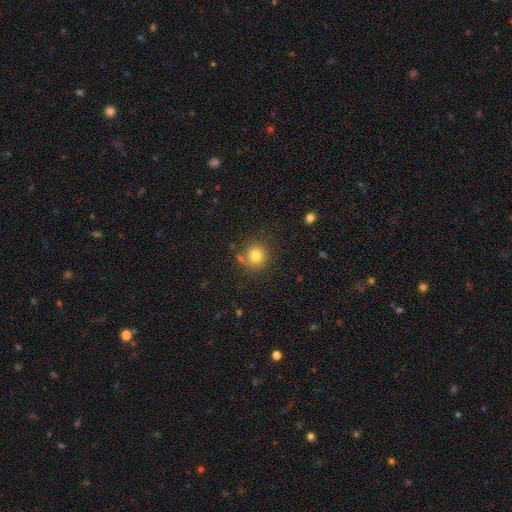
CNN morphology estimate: smooth_or_featured: smooth (p=0.79) [alt: star or artifact p=0.13]
how_rounded: round (p=0.91) [alt: in between p=0.09]
merging: none (p=0.79) [alt: minor disturbance p=0.11]